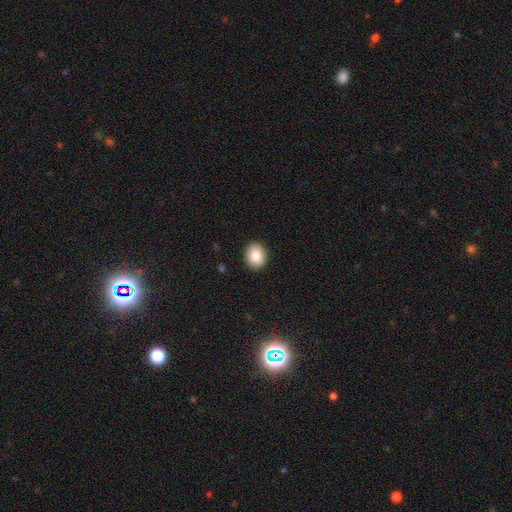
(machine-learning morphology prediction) smooth_or_featured: smooth (p=0.86) [alt: star or artifact p=0.08]
how_rounded: round (p=0.58) [alt: in between p=0.41]
merging: none (p=0.90) [alt: minor disturbance p=0.07]